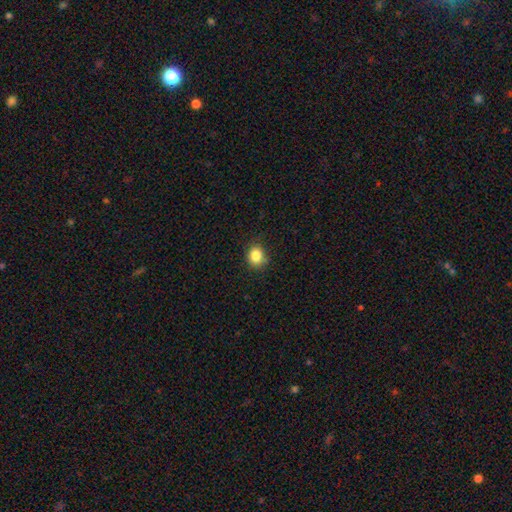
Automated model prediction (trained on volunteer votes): Smooth or featured?
  - smooth: 84% *
  - star or artifact: 11%
  - featured or disk: 5%
How rounded?
  - round: 70% *
  - in between: 30%
  - cigar-shaped: 1%
Merging?
  - none: 78% *
  - minor disturbance: 16%
  - major disturbance: 3%
  - merger: 2%